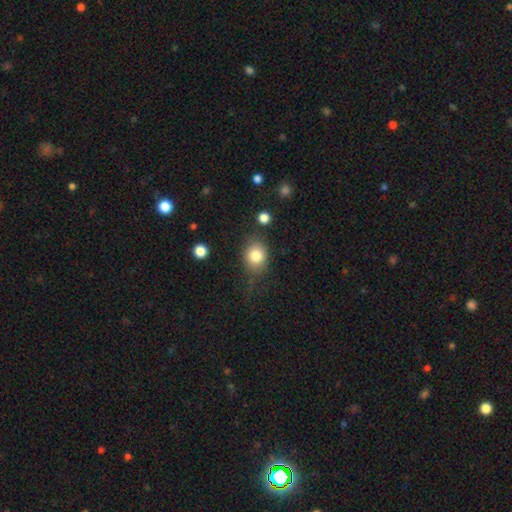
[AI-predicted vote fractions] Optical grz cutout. It shows a smooth galaxy with no disk features (82%) that is round (55%). Merging: none (69%).